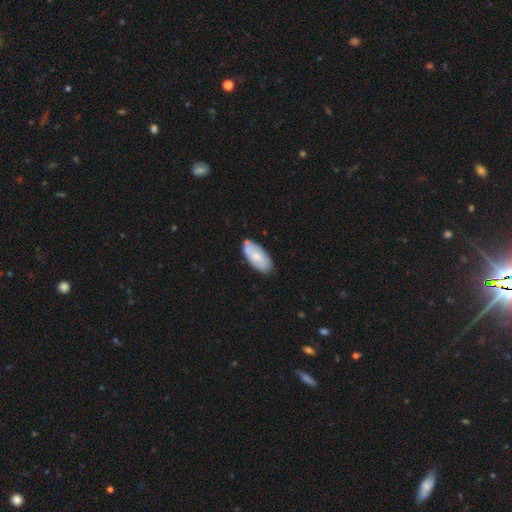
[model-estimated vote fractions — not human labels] smooth-or-featured: smooth: 72% | featured or disk: 23% | star or artifact: 6%
  how-rounded: in between: 91% | cigar-shaped: 8% | round: 2%
  merging: none: 76% | minor disturbance: 17% | merger: 4% | major disturbance: 3%